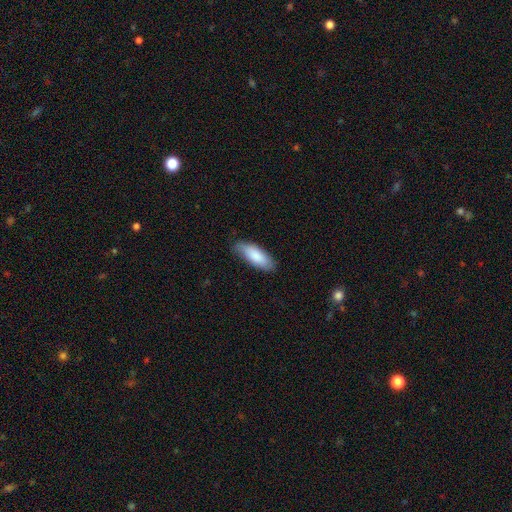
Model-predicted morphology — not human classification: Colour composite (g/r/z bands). It shows a smooth galaxy with no disk features (85%) that is in between round and cigar-shaped (74%). Merging: none (77%).